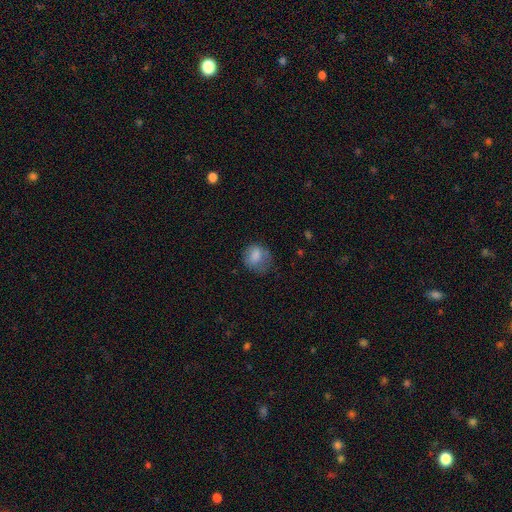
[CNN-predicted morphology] A smooth galaxy with no disk features (80%) that is round (64%). Merging: none (57%).